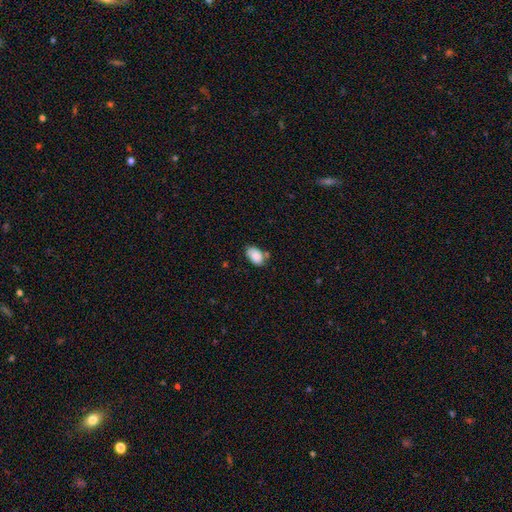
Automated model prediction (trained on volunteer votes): Morphology: type=smooth (84%); roundness=in between (89%); merging=none (61%).